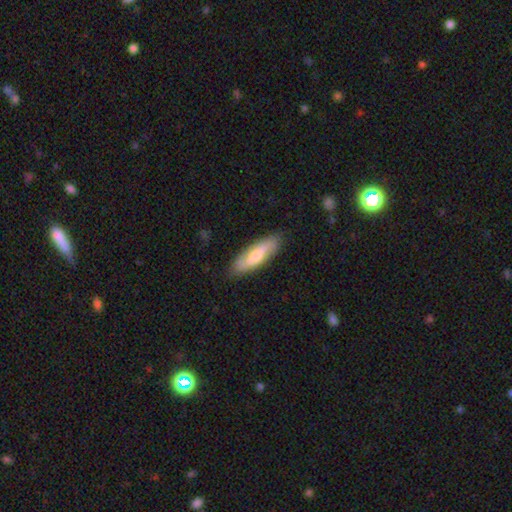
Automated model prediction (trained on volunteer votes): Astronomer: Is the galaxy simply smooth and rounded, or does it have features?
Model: smooth — 59% (runner-up: featured or disk, 36%).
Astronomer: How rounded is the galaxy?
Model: cigar-shaped — 55% (runner-up: in between, 43%).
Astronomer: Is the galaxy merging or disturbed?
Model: none — 85%.